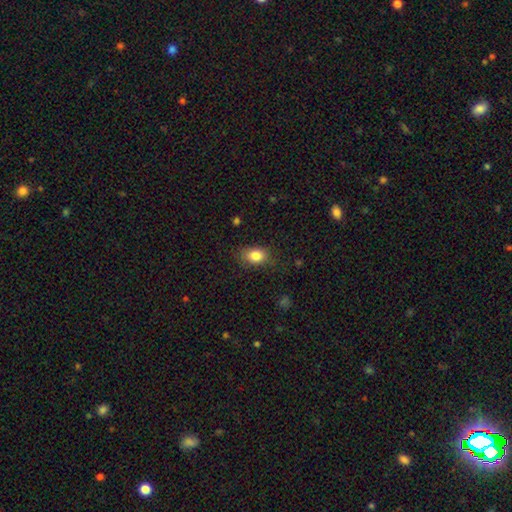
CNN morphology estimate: type=smooth (84%); roundness=in between (77%); merging=none (78%).